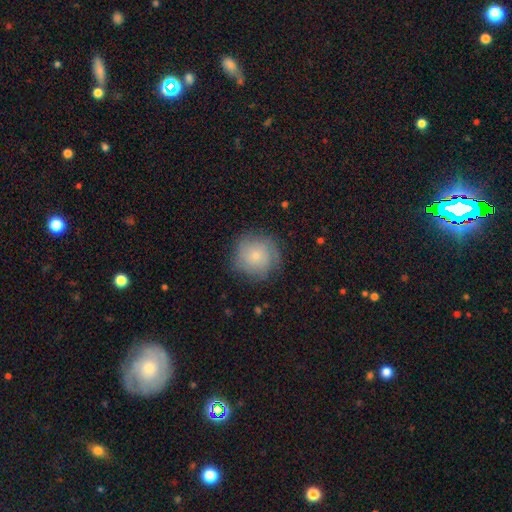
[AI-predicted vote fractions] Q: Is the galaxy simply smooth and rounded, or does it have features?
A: smooth — 60%.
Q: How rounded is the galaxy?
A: round — 93%.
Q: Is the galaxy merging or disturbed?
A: none — 78%.